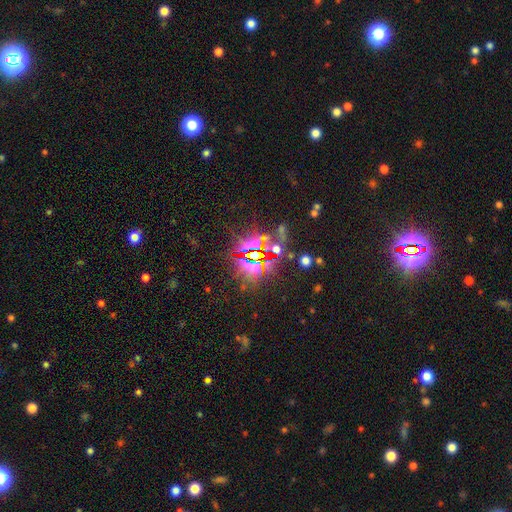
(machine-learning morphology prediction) Q: Smooth or featured?
A: star or artifact (79%); runner-up: smooth (11%)